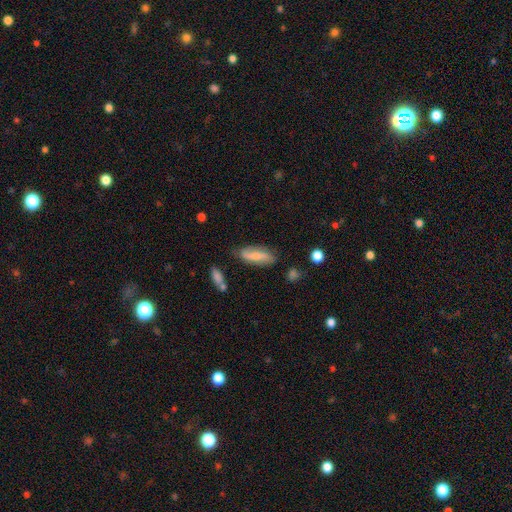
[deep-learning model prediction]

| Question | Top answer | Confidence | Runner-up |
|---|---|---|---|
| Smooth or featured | smooth | 56% | featured or disk (37%) |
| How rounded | in between | 60% | cigar-shaped (37%) |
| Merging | none | 75% | minor disturbance (17%) |